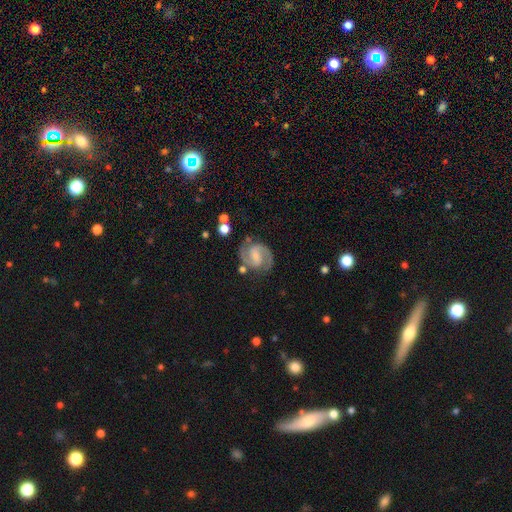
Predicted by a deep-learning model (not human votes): Smooth or featured? Predicted: featured or disk (p=0.88). Edge-on disk? Predicted: no (p=0.98). Bar? Predicted: weak (p=0.50). Spiral arms? Predicted: yes (p=0.98). Spiral winding? Predicted: medium (p=0.56). Spiral arm count? Predicted: 2 (p=0.93). Bulge size? Predicted: small (p=0.37). Merging? Predicted: none (p=0.78).